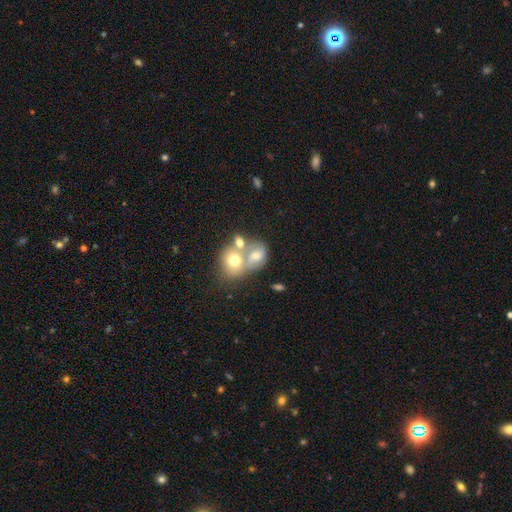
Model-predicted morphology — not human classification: This appears to be a smooth galaxy with no disk features (58%) that is round (51%). Merging: merger (60%).